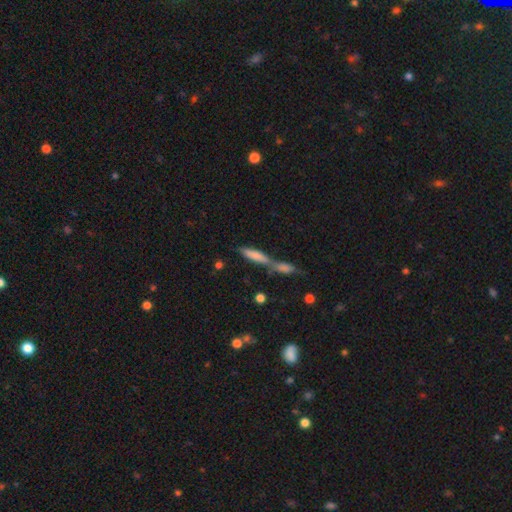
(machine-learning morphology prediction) Overall: smooth (75%). How rounded: cigar-shaped (67%; in between 30%). Merging: merger (57%; none 30%).